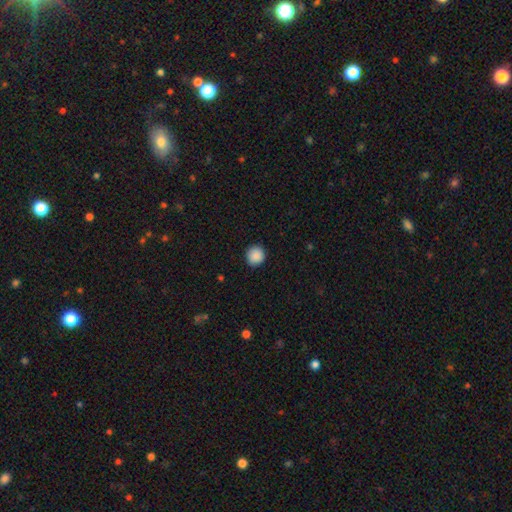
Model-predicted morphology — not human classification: Smooth or featured: smooth — 89% (star or artifact — 9%)
How rounded: round — 92% (in between — 7%)
Merging: none — 91% (minor disturbance — 6%)